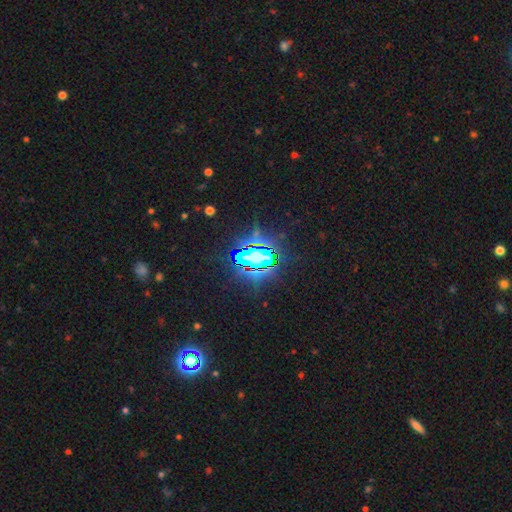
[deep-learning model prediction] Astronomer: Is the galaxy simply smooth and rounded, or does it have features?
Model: star or artifact — 83%.